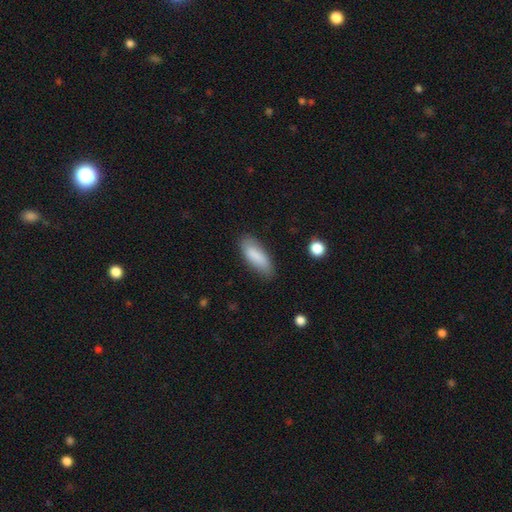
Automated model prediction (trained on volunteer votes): Smooth or featured? Predicted: smooth (p=0.85). How rounded? Predicted: in between (p=0.69). Merging? Predicted: none (p=0.79).